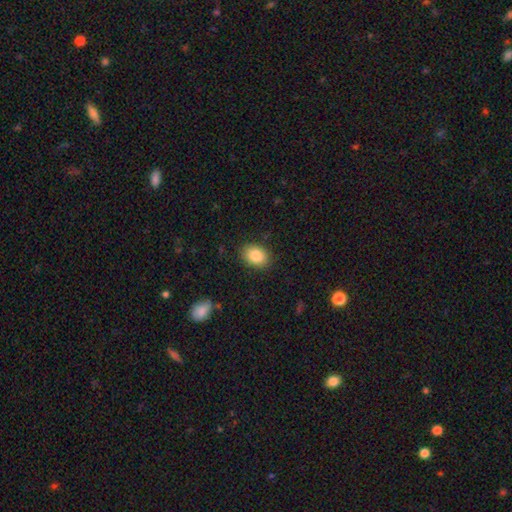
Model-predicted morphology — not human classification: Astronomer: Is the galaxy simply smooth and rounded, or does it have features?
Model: smooth — 86%.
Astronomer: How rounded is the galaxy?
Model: in between — 71%.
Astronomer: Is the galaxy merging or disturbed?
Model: none — 87%.